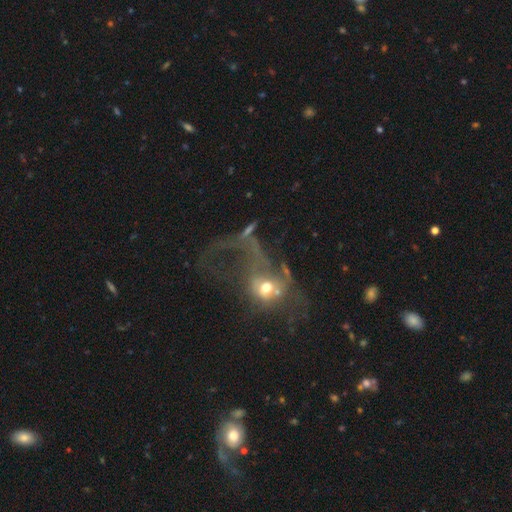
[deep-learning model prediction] Smooth or featured? Predicted: featured or disk (p=0.52). Edge-on disk? Predicted: no (p=0.95). Merging? Predicted: major disturbance (p=0.57).